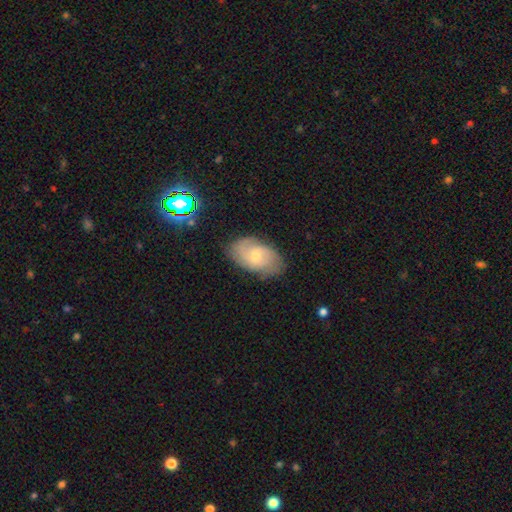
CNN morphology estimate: smooth_or_featured: featured or disk (p=0.59) [alt: smooth p=0.32]
disk_edge_on: no (p=0.94) [alt: yes p=0.06]
bar: no (p=0.60) [alt: weak p=0.35]
has_spiral_arms: yes (p=0.85) [alt: no p=0.15]
bulge_size: small (p=0.56) [alt: moderate p=0.40]
merging: none (p=0.76) [alt: minor disturbance p=0.18]